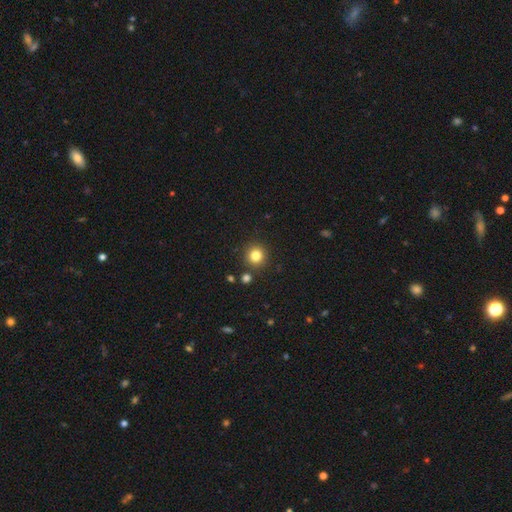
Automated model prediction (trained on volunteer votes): A smooth galaxy with no disk features (82%) that is round (92%).

Vote fractions:
- Smooth or featured? smooth: 82% / star or artifact: 12% / featured or disk: 6%
- How rounded? round: 92% / in between: 7% / cigar-shaped: 1%
- Merging? none: 87% / minor disturbance: 6% / merger: 4% / major disturbance: 2%